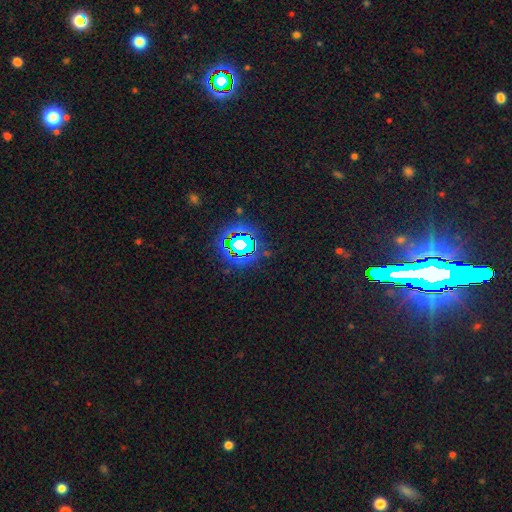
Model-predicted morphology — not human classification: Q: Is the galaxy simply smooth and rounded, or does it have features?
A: star or artifact — 82%.